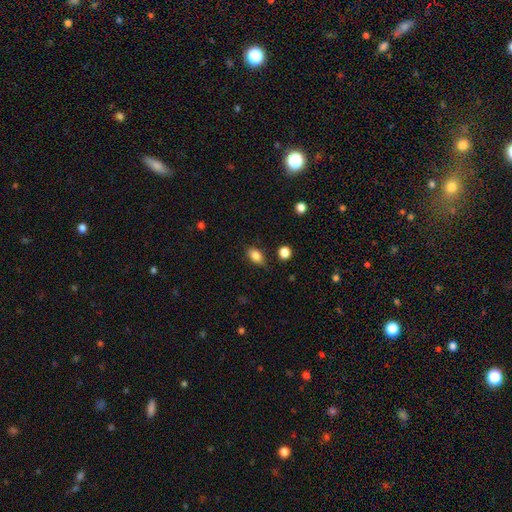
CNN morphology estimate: Q: Smooth or featured?
A: smooth (84%); runner-up: star or artifact (9%)
Q: How rounded?
A: in between (85%); runner-up: round (13%)
Q: Merging?
A: none (81%); runner-up: minor disturbance (14%)